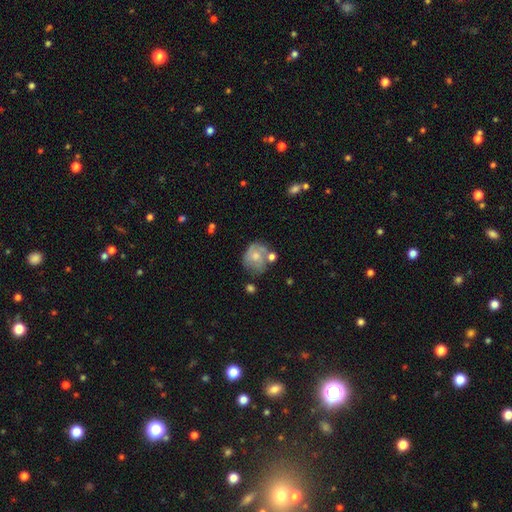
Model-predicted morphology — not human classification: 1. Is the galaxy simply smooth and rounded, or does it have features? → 52% smooth, 40% featured or disk, 8% star or artifact.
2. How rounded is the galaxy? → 68% round, 31% in between, 1% cigar-shaped.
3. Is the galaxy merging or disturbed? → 45% none, 25% minor disturbance, 17% merger, 13% major disturbance.